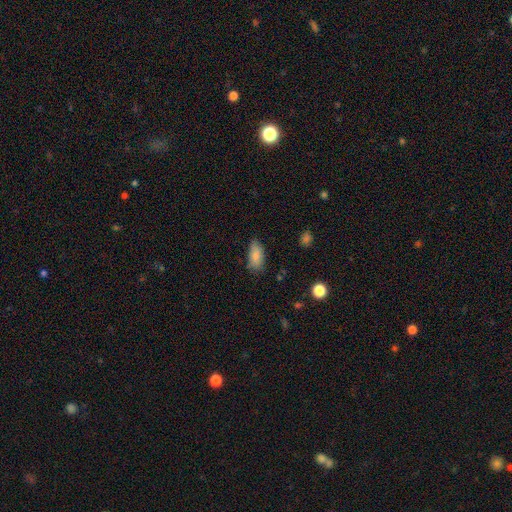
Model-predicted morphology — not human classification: Smooth or featured? Predicted: smooth (p=0.83). How rounded? Predicted: in between (p=0.89). Merging? Predicted: none (p=0.72).